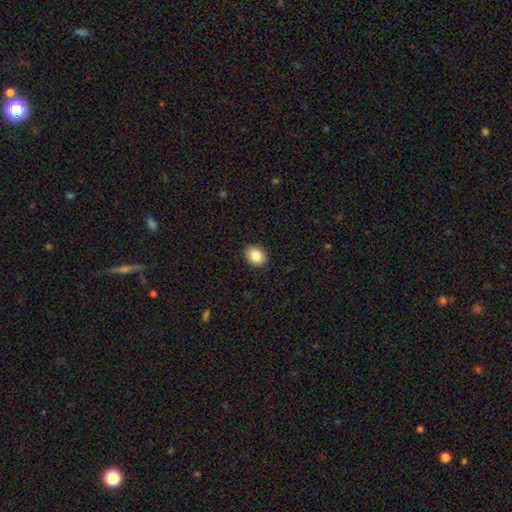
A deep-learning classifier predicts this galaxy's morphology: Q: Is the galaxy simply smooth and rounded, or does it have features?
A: smooth — 86%.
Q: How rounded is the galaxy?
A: round — 54%.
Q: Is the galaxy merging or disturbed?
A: none — 91%.